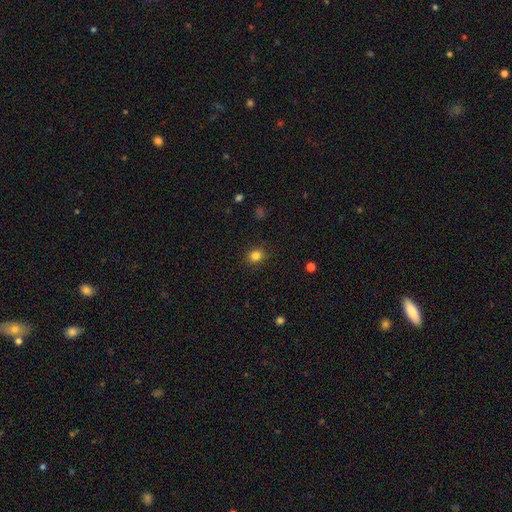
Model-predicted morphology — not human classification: A smooth galaxy with no disk features (84%) that is round (68%).

Vote fractions:
- Smooth or featured? smooth: 84% / star or artifact: 12% / featured or disk: 5%
- How rounded? round: 68% / in between: 31% / cigar-shaped: 1%
- Merging? none: 89% / minor disturbance: 8% / major disturbance: 2% / merger: 1%